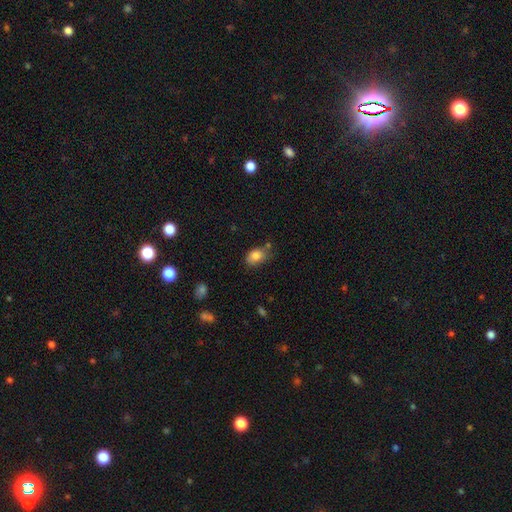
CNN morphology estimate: A smooth galaxy with no disk features (83%) that is in between round and cigar-shaped (81%).

Vote fractions:
- Smooth or featured? smooth: 83% / star or artifact: 9% / featured or disk: 8%
- How rounded? in between: 81% / round: 17% / cigar-shaped: 1%
- Merging? none: 64% / minor disturbance: 24% / merger: 7% / major disturbance: 5%